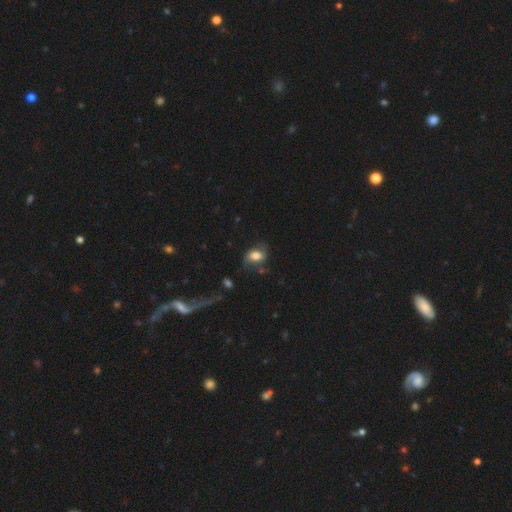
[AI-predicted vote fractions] smooth-or-featured: smooth: 64% | featured or disk: 27% | star or artifact: 9%
  how-rounded: in between: 69% | round: 29% | cigar-shaped: 1%
  merging: none: 56% | minor disturbance: 27% | major disturbance: 13% | merger: 4%